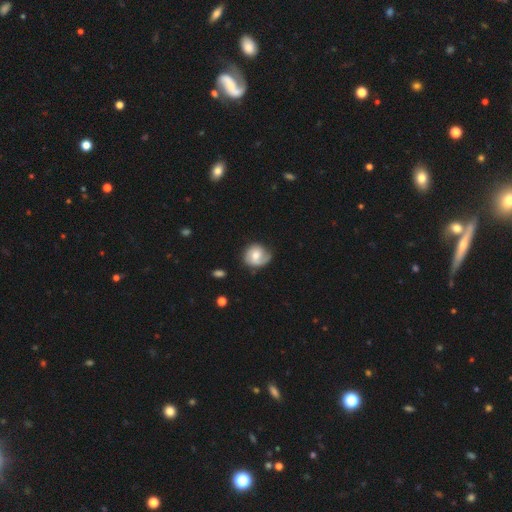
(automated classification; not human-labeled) Morphology: type=featured or disk (62%); edge-on=no (97%); bar=no (60%); spiral arms=yes (90%); winding=tight (42%); arm count=1 (49%); bulge=moderate (59%); merging=none (65%).